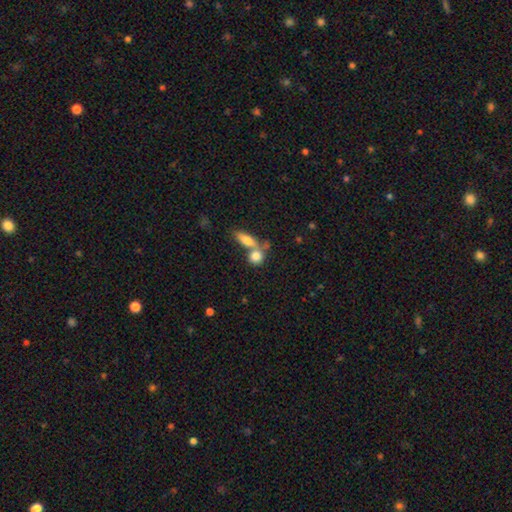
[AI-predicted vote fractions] smooth_or_featured: smooth (p=0.80) [alt: featured or disk p=0.12]
how_rounded: round (p=0.58) [alt: in between p=0.35]
merging: merger (p=0.48) [alt: none p=0.40]